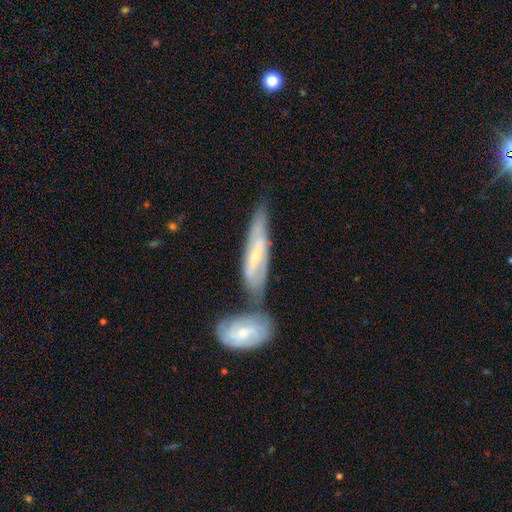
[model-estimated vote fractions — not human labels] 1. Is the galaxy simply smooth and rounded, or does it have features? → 64% featured or disk, 31% smooth, 6% star or artifact.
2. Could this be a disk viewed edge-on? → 58% no, 42% yes.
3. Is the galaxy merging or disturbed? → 39% none, 38% merger, 17% minor disturbance, 6% major disturbance.